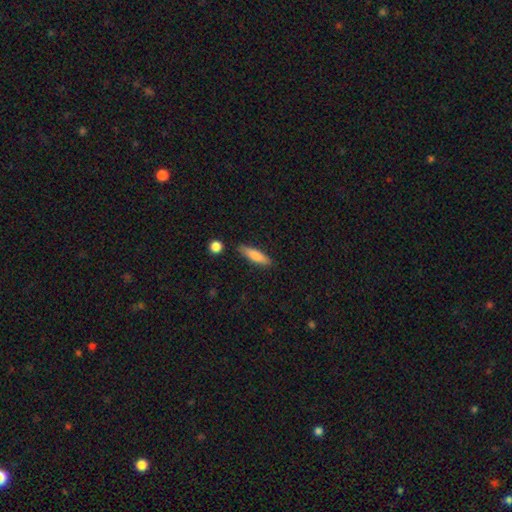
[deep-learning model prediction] smooth 81%, featured or disk 13%, star or artifact 6%. Down the decision tree: how rounded — cigar-shaped (72%); merging — none (83%).